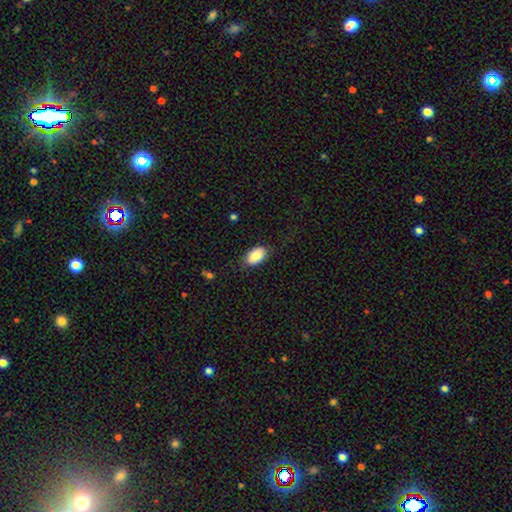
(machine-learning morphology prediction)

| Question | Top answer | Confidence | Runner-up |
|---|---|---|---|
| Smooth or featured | smooth | 85% | featured or disk (8%) |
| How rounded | in between | 93% | round (6%) |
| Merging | none | 80% | minor disturbance (15%) |